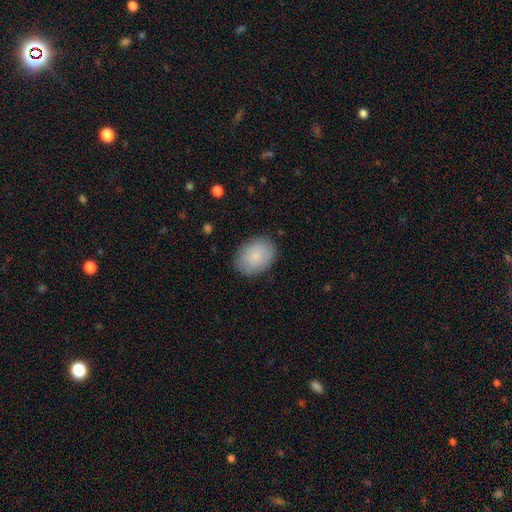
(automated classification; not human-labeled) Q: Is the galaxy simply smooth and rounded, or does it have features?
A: smooth — 83%.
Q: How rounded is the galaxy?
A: in between — 69%.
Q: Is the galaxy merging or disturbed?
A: none — 84%.